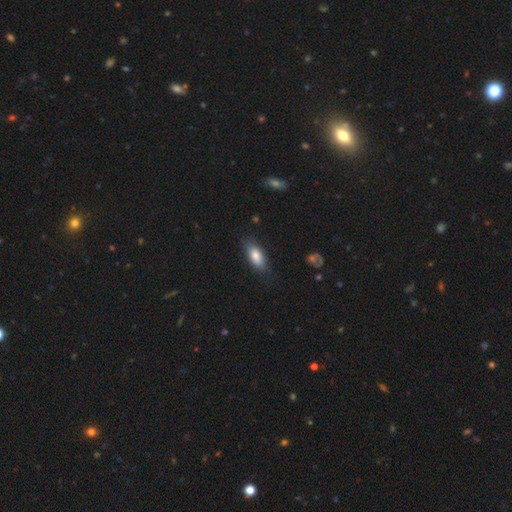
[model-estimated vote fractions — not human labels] smooth-or-featured: smooth: 81% | featured or disk: 13% | star or artifact: 7%
  how-rounded: in between: 85% | cigar-shaped: 12% | round: 3%
  merging: none: 78% | minor disturbance: 17% | major disturbance: 4% | merger: 1%